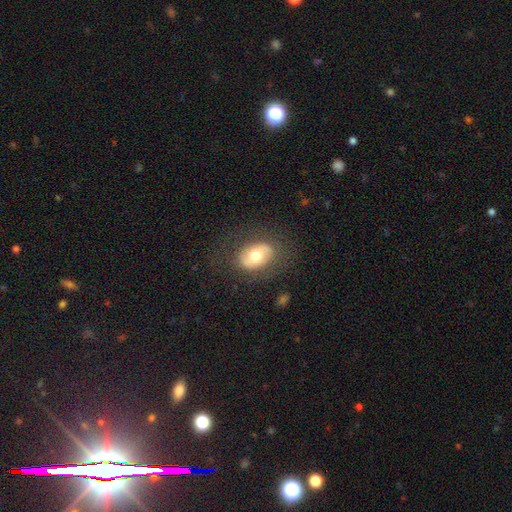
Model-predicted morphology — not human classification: type=smooth (52%); roundness=in between (74%); merging=none (76%).